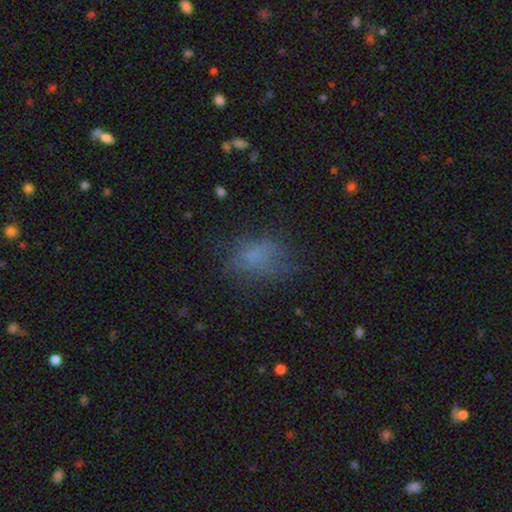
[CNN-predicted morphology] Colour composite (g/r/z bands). It shows a smooth galaxy with no disk features (67%) that is in between round and cigar-shaped (75%). Merging: none (56%).